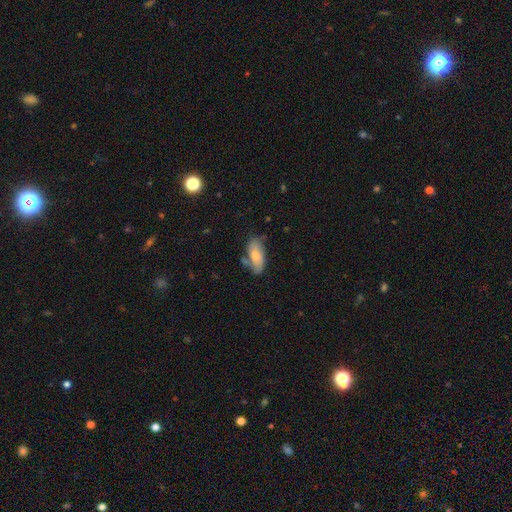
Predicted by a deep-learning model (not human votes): Smooth or featured? Predicted: smooth (p=0.64). How rounded? Predicted: in between (p=0.87). Merging? Predicted: none (p=0.60).